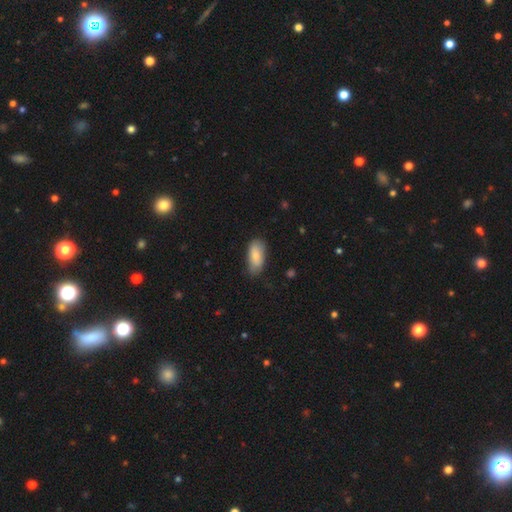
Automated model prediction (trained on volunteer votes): This is clearly a smooth galaxy (84%). How rounded: clearly in between (88%). Merging: likely none (73%).